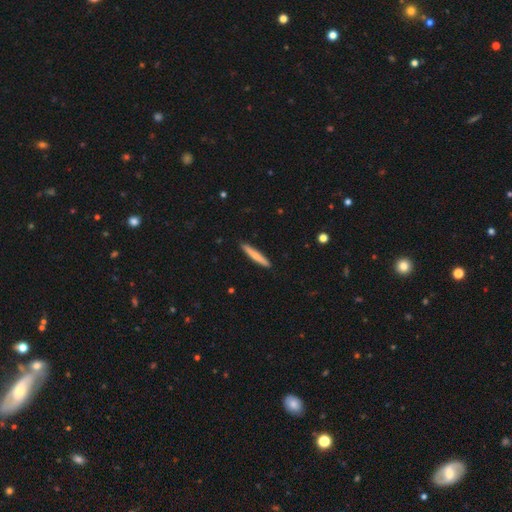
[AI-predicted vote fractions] A smooth galaxy with no disk features (69%) that is cigar-shaped (95%).

Vote fractions:
- Smooth or featured? smooth: 69% / featured or disk: 26% / star or artifact: 5%
- How rounded? cigar-shaped: 95% / in between: 4% / round: 1%
- Merging? none: 91% / minor disturbance: 7% / major disturbance: 1% / merger: 1%